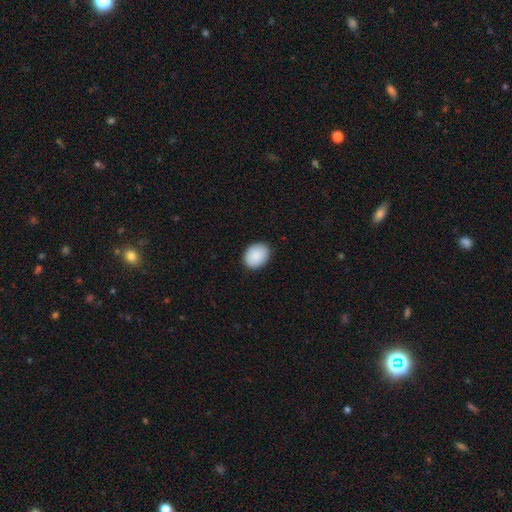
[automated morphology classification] Smooth or featured?
  - smooth: 89% *
  - star or artifact: 7%
  - featured or disk: 4%
How rounded?
  - in between: 57% *
  - round: 42%
  - cigar-shaped: 1%
Merging?
  - none: 86% *
  - minor disturbance: 11%
  - major disturbance: 2%
  - merger: 1%